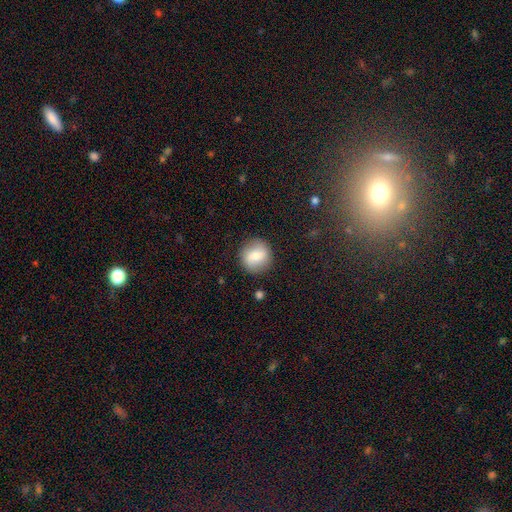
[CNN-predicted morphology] Smooth or featured?
  - smooth: 72% *
  - featured or disk: 21%
  - star or artifact: 8%
How rounded?
  - round: 93% *
  - in between: 6%
  - cigar-shaped: 1%
Merging?
  - none: 88% *
  - minor disturbance: 8%
  - major disturbance: 3%
  - merger: 1%